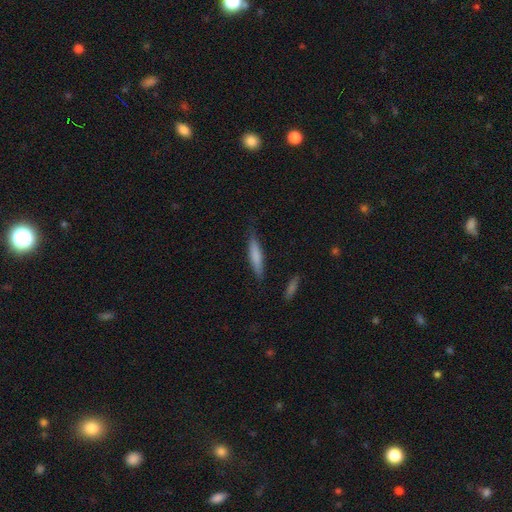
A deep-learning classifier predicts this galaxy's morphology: Q: Smooth or featured?
A: smooth (75%); runner-up: featured or disk (19%)
Q: How rounded?
A: cigar-shaped (85%); runner-up: in between (14%)
Q: Merging?
A: none (79%); runner-up: minor disturbance (16%)